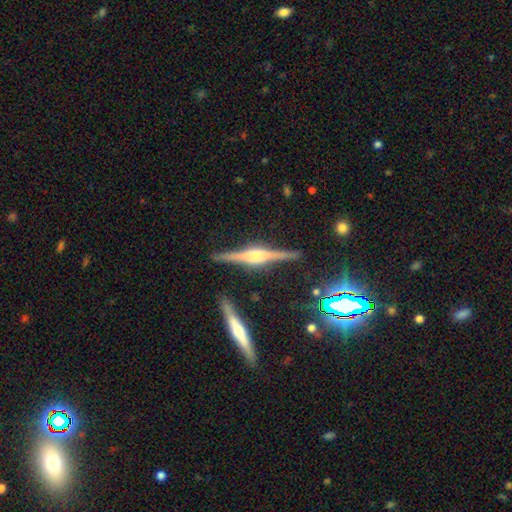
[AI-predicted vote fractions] The model was most divided on "edge-on bulge": rounded: 78%, boxy: 18%, none: 4%. More confident: edge-on disk — yes (98%); merging — none (89%); smooth or featured — featured or disk (85%).